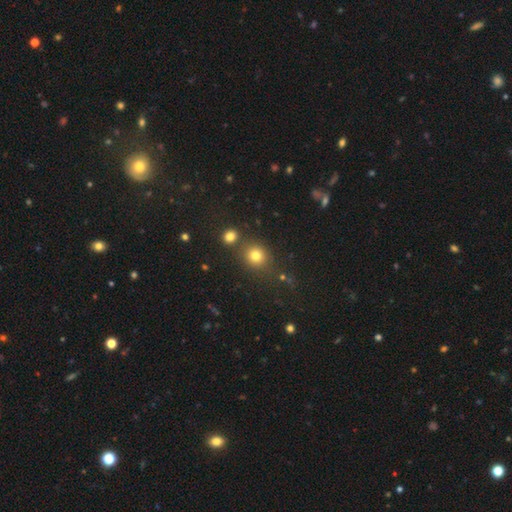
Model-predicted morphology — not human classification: The model was most divided on "smooth or featured": smooth: 78%, star or artifact: 15%, featured or disk: 7%. More confident: how rounded — round (84%); merging — none (75%).